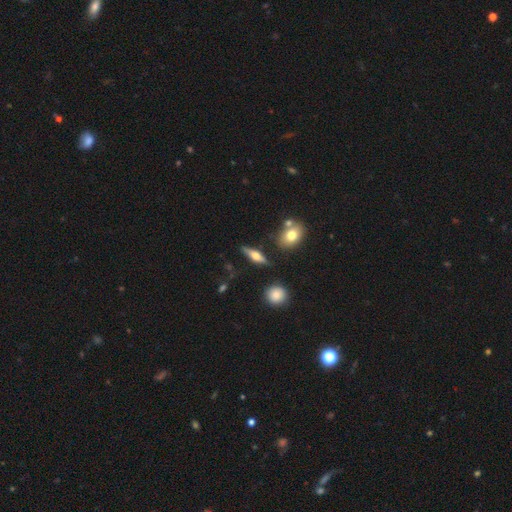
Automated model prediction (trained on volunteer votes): A featured or disk galaxy (58%) viewed edge-on (92%) with a rounded central bulge (94%). Merging: none (80%).